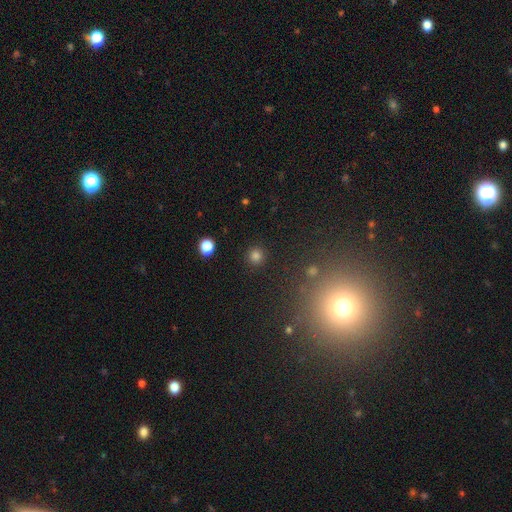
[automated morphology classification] Smooth or featured?
  - smooth: 80% *
  - star or artifact: 15%
  - featured or disk: 5%
How rounded?
  - round: 93% *
  - in between: 6%
  - cigar-shaped: 1%
Merging?
  - none: 90% *
  - minor disturbance: 5%
  - major disturbance: 3%
  - merger: 2%